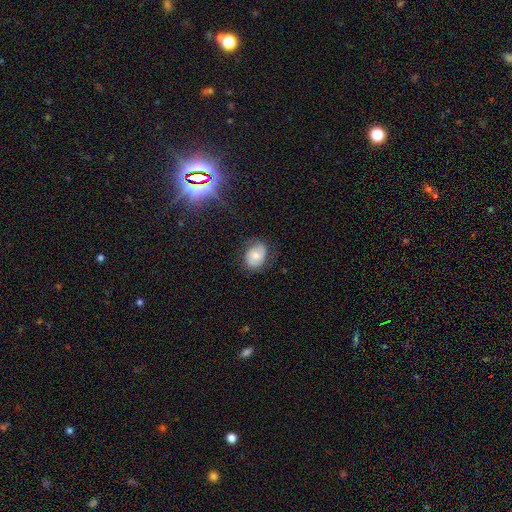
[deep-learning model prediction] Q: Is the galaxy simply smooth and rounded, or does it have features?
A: smooth — 55%.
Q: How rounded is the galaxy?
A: in between — 55%.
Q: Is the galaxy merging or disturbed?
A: none — 68%.